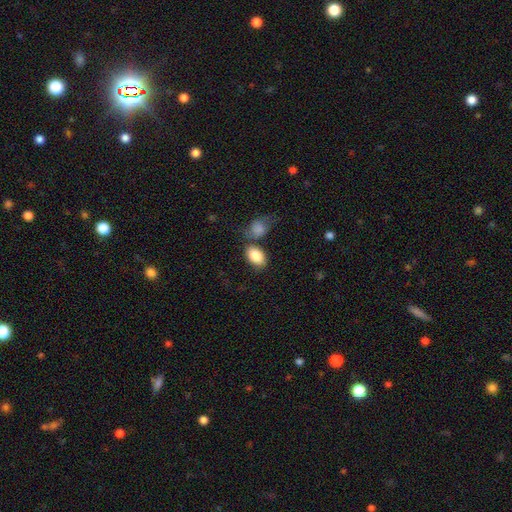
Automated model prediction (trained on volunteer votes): Morphology: type=smooth (86%); roundness=in between (86%); merging=none (60%).